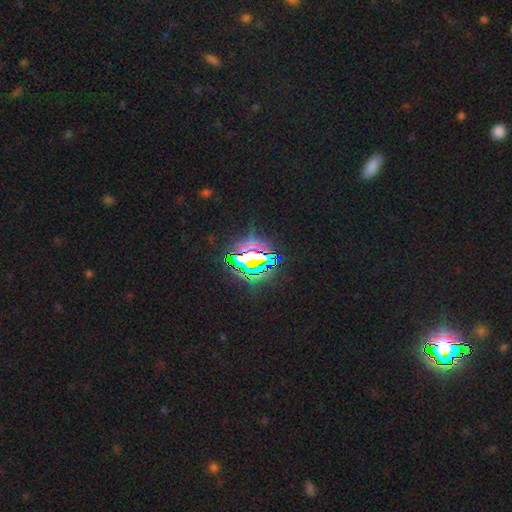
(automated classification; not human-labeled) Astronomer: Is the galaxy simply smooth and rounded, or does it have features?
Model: star or artifact — 79%.